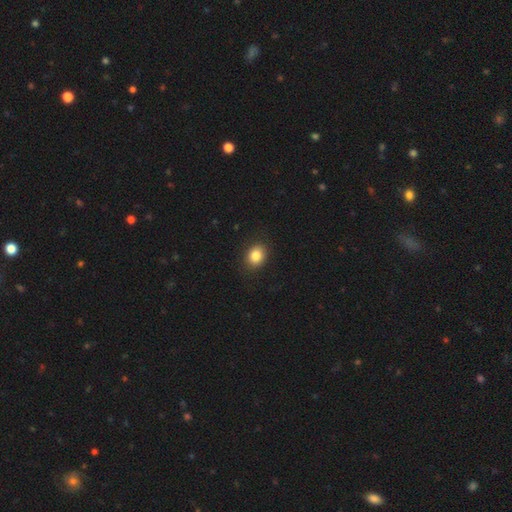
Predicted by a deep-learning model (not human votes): Overall: smooth (85%). How rounded: round (50%; in between 49%). Merging: none (88%).